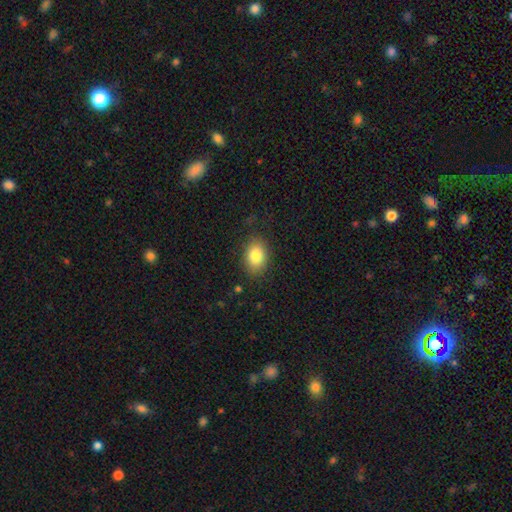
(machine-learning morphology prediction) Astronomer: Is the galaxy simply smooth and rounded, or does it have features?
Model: smooth — 83%.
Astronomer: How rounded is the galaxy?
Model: in between — 77%.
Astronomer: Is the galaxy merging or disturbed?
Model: none — 83%.